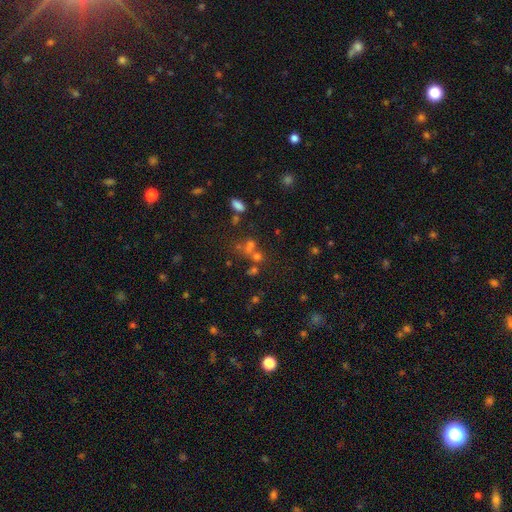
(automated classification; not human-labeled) This is possibly a star or artifact rather than a galaxy (45%).